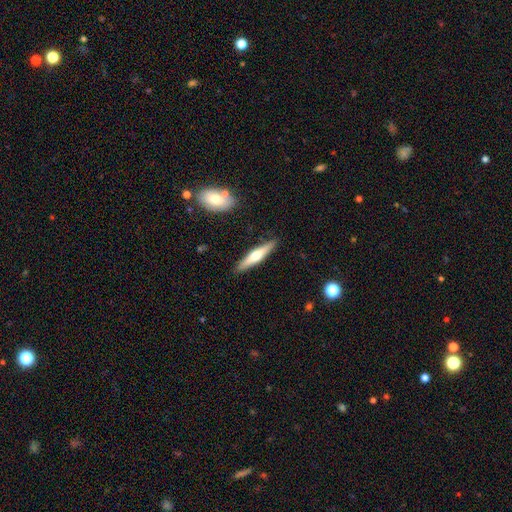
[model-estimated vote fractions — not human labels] The model was most divided on "smooth or featured": featured or disk: 50%, smooth: 45%, star or artifact: 5%. More confident: merging — none (89%).